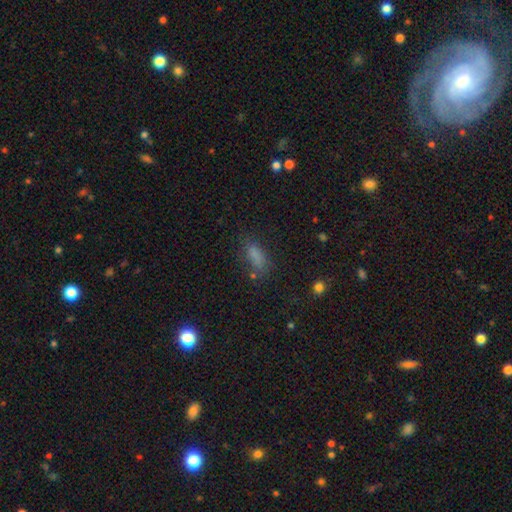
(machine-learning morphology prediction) Overall: smooth (78%). How rounded: in between (75%). Merging: none (63%).